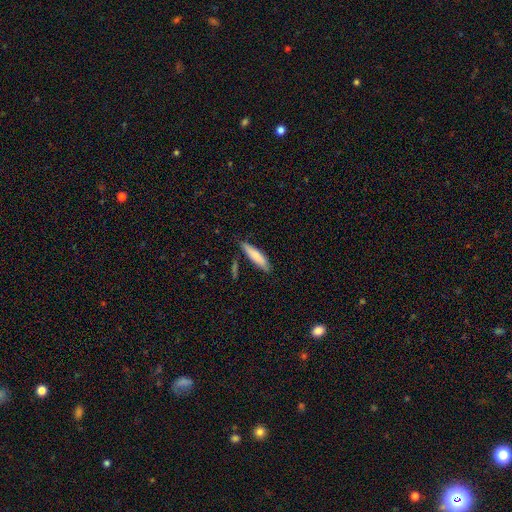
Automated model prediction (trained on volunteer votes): This is likely a smooth galaxy (78%). How rounded: likely cigar-shaped (75%). Merging: likely none (78%).